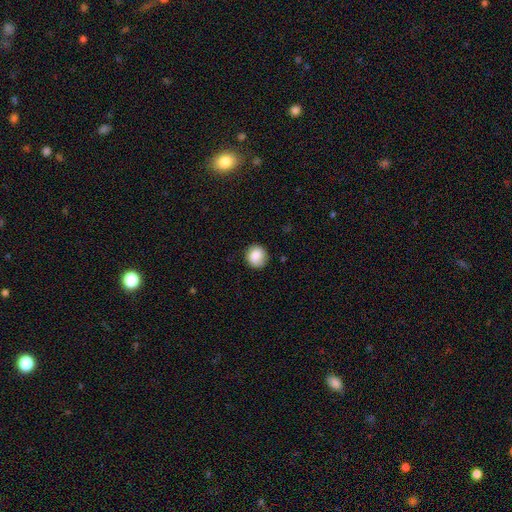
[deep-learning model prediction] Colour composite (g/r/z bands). It shows a smooth galaxy with no disk features (85%) that is round (87%). Merging: none (83%).